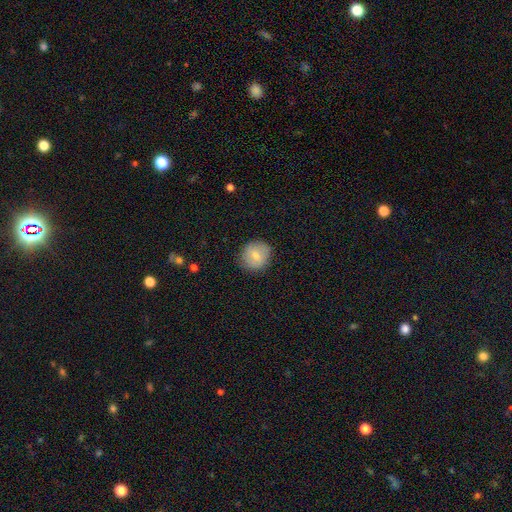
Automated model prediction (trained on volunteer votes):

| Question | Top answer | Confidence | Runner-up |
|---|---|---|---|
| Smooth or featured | smooth | 76% | featured or disk (17%) |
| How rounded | round | 86% | in between (13%) |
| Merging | none | 84% | minor disturbance (12%) |